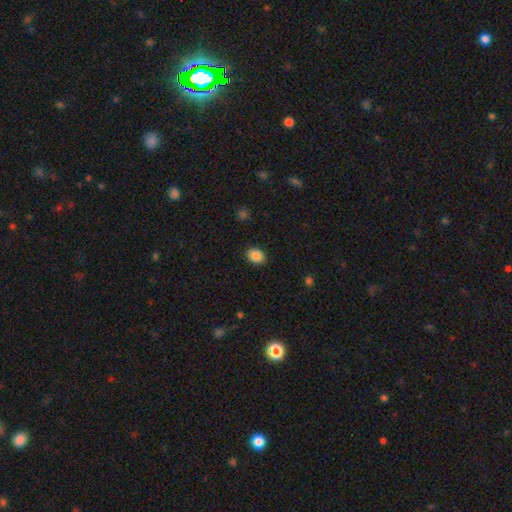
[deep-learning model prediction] Smooth or featured? smooth (87%)
How rounded? in between (68%)
Merging? none (88%)